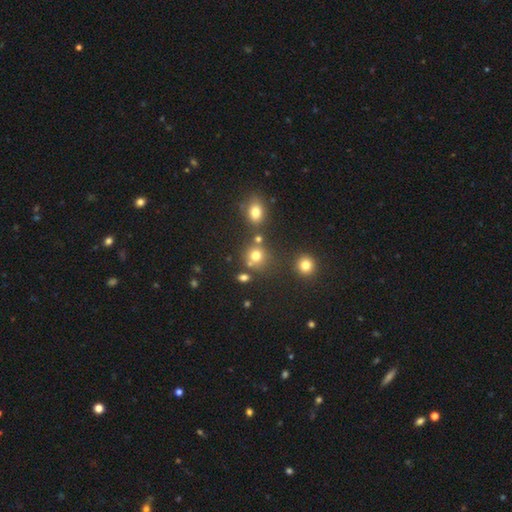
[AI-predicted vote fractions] smooth-or-featured: smooth: 72% | star or artifact: 19% | featured or disk: 9%
  how-rounded: round: 86% | in between: 13% | cigar-shaped: 1%
  merging: none: 69% | merger: 17% | minor disturbance: 9% | major disturbance: 4%